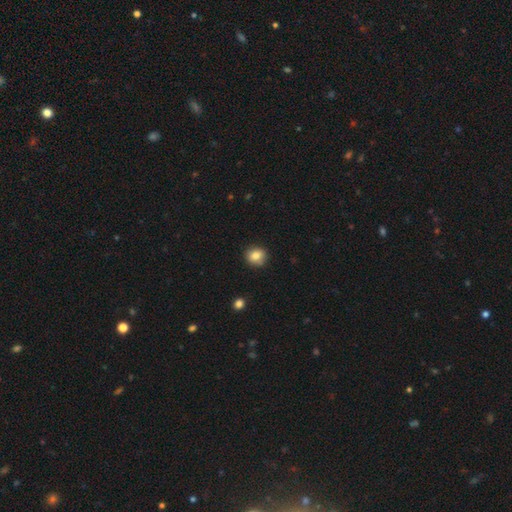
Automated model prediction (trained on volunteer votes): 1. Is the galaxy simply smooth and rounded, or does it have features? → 81% smooth, 10% star or artifact, 9% featured or disk.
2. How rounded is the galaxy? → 83% round, 16% in between, 1% cigar-shaped.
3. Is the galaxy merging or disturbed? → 86% none, 10% minor disturbance, 2% major disturbance, 2% merger.